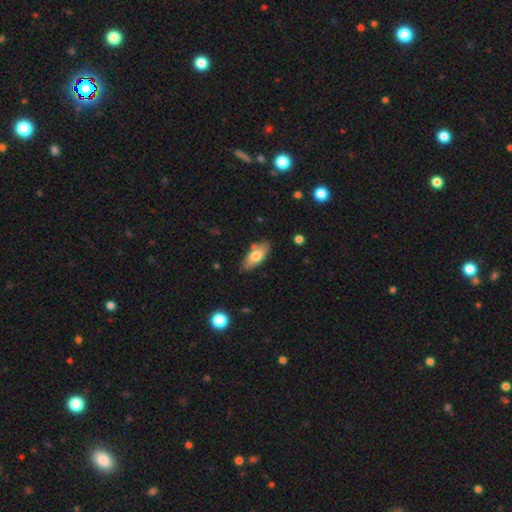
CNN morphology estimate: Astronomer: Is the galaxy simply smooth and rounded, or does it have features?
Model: smooth — 73%.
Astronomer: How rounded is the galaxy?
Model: in between — 81%.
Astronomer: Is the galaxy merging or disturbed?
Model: none — 79%.